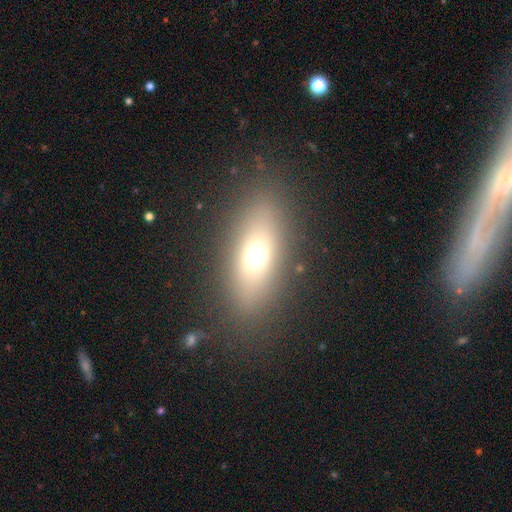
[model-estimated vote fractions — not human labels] smooth-or-featured: smooth: 65% | featured or disk: 23% | star or artifact: 12%
  how-rounded: in between: 67% | cigar-shaped: 26% | round: 7%
  merging: none: 85% | minor disturbance: 9% | major disturbance: 4% | merger: 1%